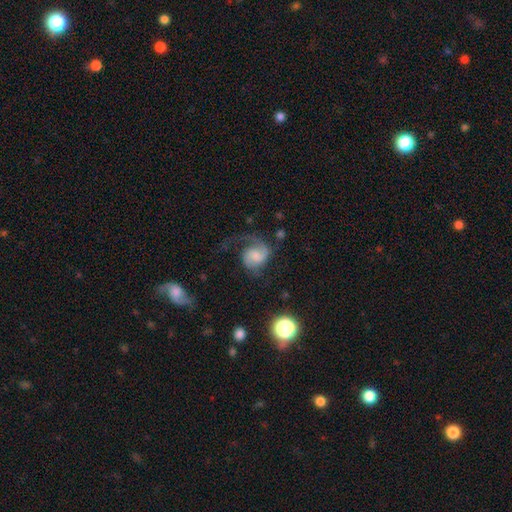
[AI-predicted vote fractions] This appears to be a featured or disk galaxy (71%) with no bar (57%), 2 (56%) medium (43%) spiral arms (94%) and no central bulge (30%). Merging: none (44%).